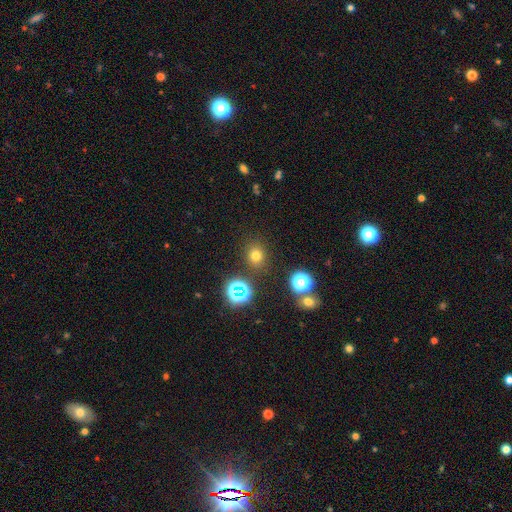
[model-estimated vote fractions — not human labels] smooth_or_featured: smooth (p=0.70) [alt: star or artifact p=0.23]
how_rounded: round (p=0.78) [alt: in between p=0.21]
merging: none (p=0.86) [alt: minor disturbance p=0.08]